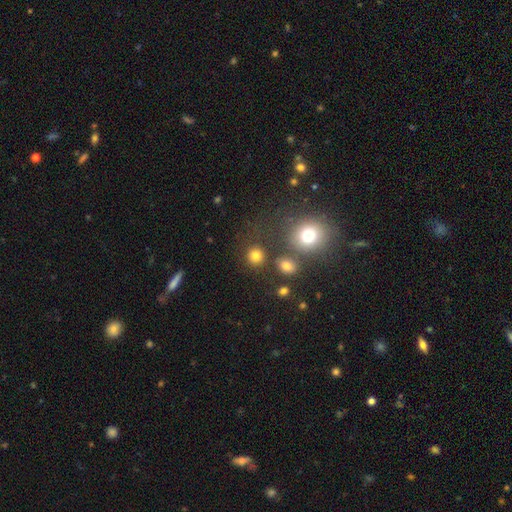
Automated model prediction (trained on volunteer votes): Smooth or featured? Predicted: smooth (p=0.80). How rounded? Predicted: round (p=0.88). Merging? Predicted: none (p=0.79).